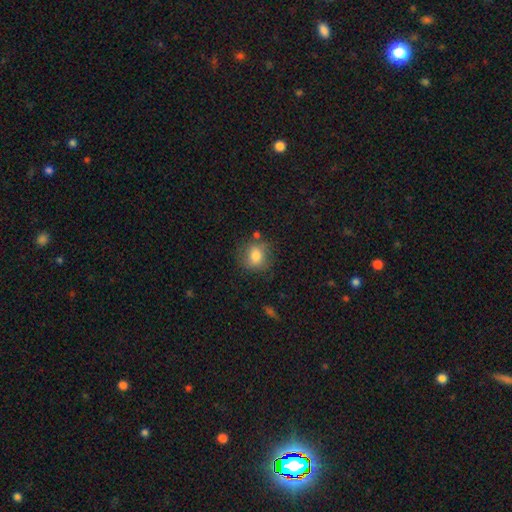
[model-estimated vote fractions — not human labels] smooth_or_featured: smooth (p=0.78) [alt: featured or disk p=0.12]
how_rounded: round (p=0.74) [alt: in between p=0.25]
merging: none (p=0.70) [alt: minor disturbance p=0.19]